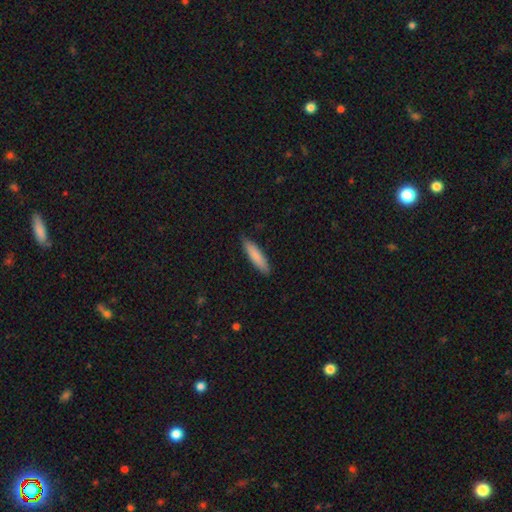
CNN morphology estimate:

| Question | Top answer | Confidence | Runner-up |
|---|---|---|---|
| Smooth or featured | smooth | 84% | featured or disk (11%) |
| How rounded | cigar-shaped | 78% | in between (21%) |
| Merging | none | 88% | minor disturbance (9%) |